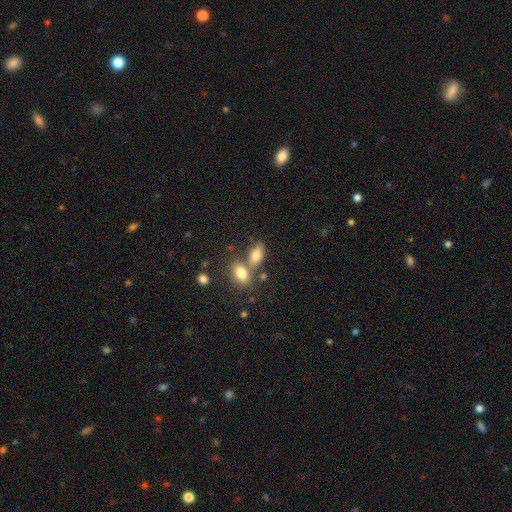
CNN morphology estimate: Smooth or featured? smooth (79%)
How rounded? in between (86%)
Merging? none (46%)